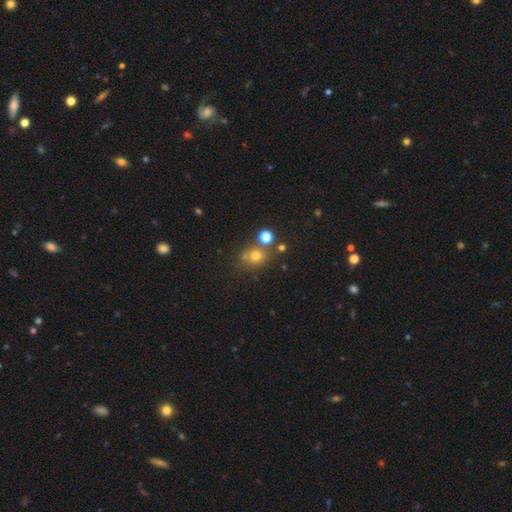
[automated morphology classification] Smooth or featured? smooth (67%)
How rounded? round (80%)
Merging? none (62%)